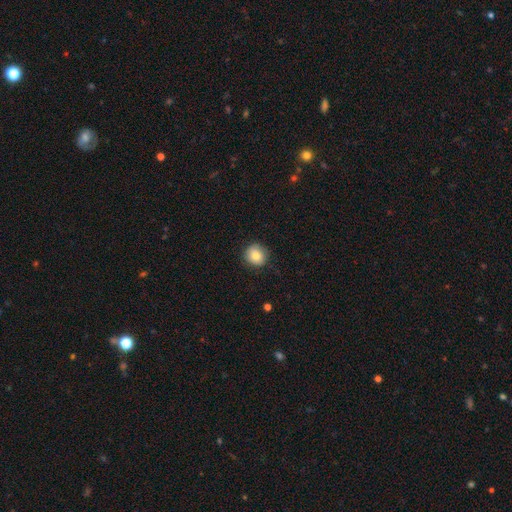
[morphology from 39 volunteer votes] Overall: smooth (90%). How rounded: round (83%). Merging: none (73%).